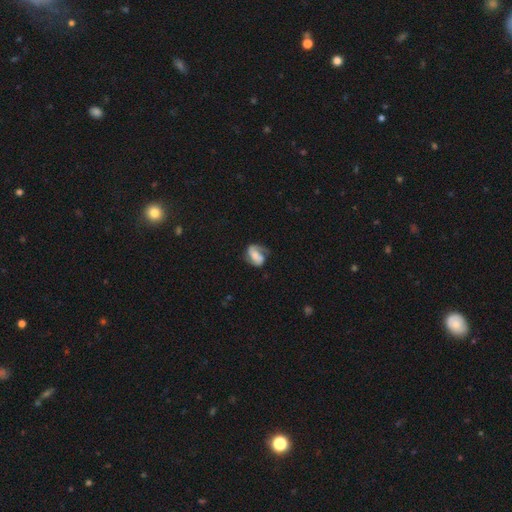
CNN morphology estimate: A featured or disk galaxy (52%) with no bar (44%), spiral arms (80%) and a small central bulge (29%).

Vote fractions:
- Smooth or featured? featured or disk: 52% / smooth: 40% / star or artifact: 8%
- Edge-on disk? no: 97% / yes: 3%
- Bar? no: 44% / weak: 34% / strong: 22%
- Spiral arms? yes: 80% / no: 20%
- Bulge size? small: 29% / moderate: 26% / none: 26% / large: 16% / dominant: 4%
- Merging? none: 43% / minor disturbance: 28% / major disturbance: 25% / merger: 4%